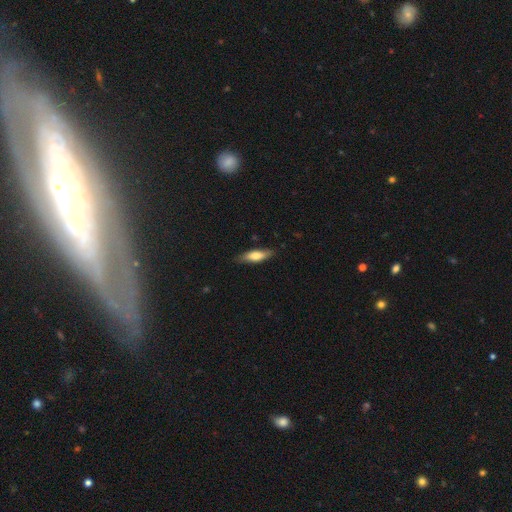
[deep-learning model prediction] smooth_or_featured: smooth (p=0.69) [alt: featured or disk p=0.25]
how_rounded: cigar-shaped (p=0.51) [alt: in between p=0.47]
merging: none (p=0.83) [alt: minor disturbance p=0.14]